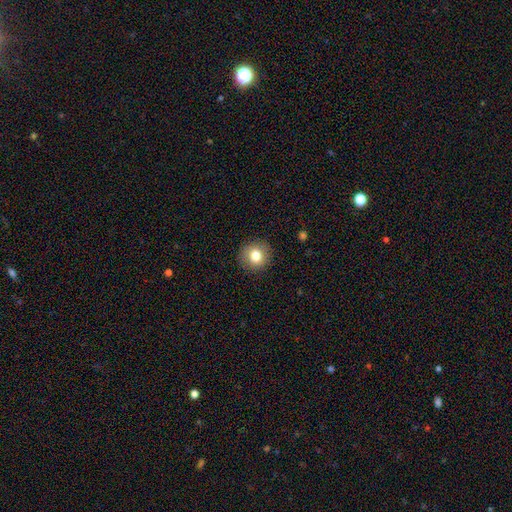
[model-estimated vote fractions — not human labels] Smooth or featured? Predicted: smooth (p=0.81). How rounded? Predicted: round (p=0.89). Merging? Predicted: none (p=0.89).